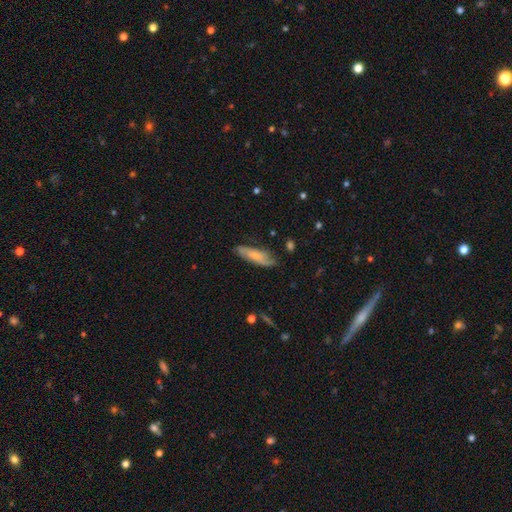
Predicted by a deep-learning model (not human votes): Smooth or featured? smooth (52%)
How rounded? cigar-shaped (50%)
Merging? none (71%)